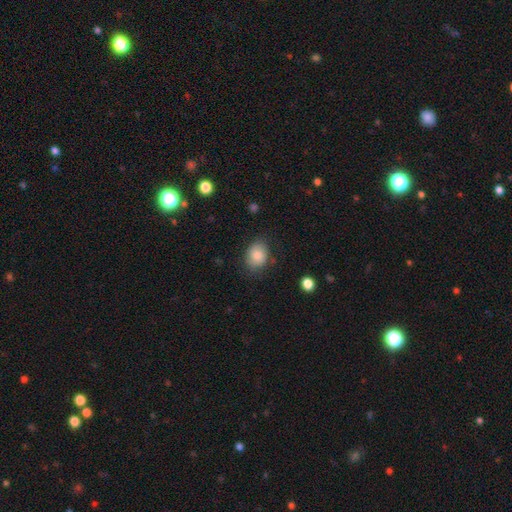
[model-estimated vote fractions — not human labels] Smooth or featured?
  - smooth: 83% *
  - featured or disk: 9%
  - star or artifact: 8%
How rounded?
  - in between: 57% *
  - round: 42%
  - cigar-shaped: 1%
Merging?
  - none: 76% *
  - minor disturbance: 18%
  - major disturbance: 4%
  - merger: 1%